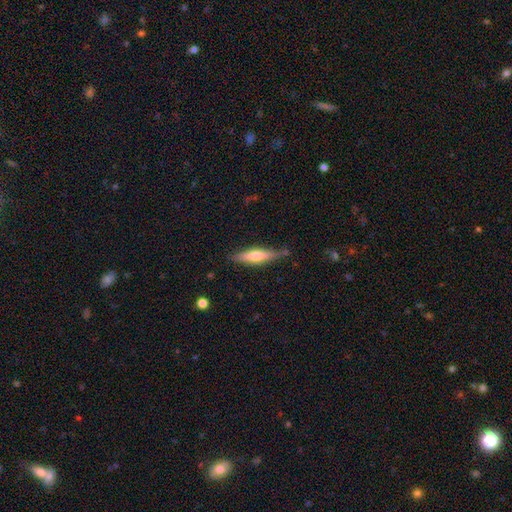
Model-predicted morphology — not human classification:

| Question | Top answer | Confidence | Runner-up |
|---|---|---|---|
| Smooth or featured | smooth | 48% | featured or disk (46%) |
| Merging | none | 77% | minor disturbance (17%) |